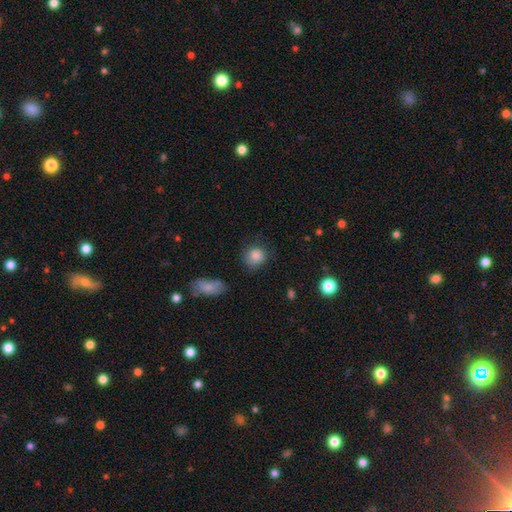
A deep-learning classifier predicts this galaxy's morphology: This is clearly a smooth galaxy (86%). How rounded: clearly round (82%). Merging: likely none (74%).